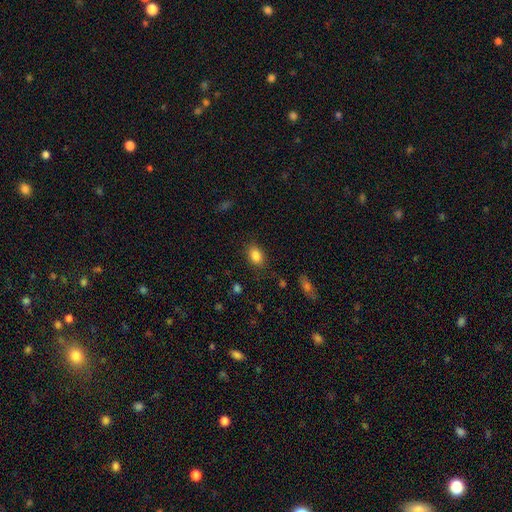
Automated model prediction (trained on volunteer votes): A smooth galaxy with no disk features (85%) that is in between round and cigar-shaped (79%).

Vote fractions:
- Smooth or featured? smooth: 85% / star or artifact: 9% / featured or disk: 6%
- How rounded? in between: 79% / round: 20% / cigar-shaped: 1%
- Merging? none: 84% / minor disturbance: 11% / major disturbance: 3% / merger: 1%